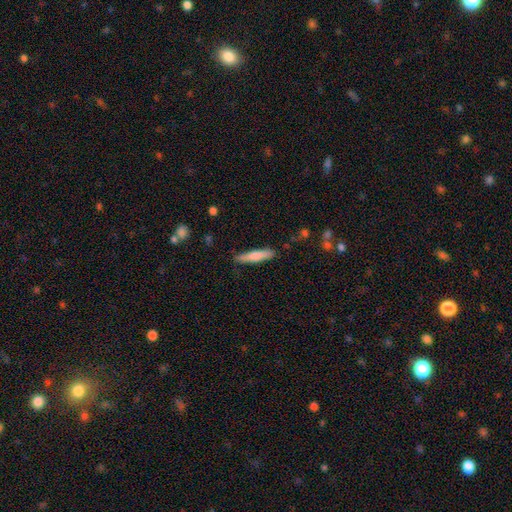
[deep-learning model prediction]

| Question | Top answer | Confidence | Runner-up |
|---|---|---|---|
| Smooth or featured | smooth | 71% | featured or disk (24%) |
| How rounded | cigar-shaped | 86% | in between (13%) |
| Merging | none | 84% | minor disturbance (12%) |